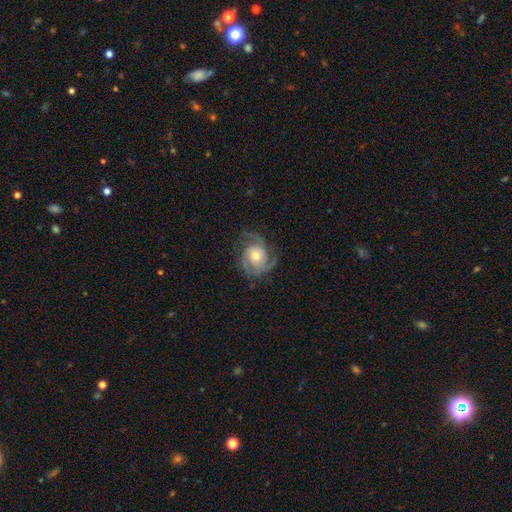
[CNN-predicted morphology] The model was most divided on "spiral winding": tight: 49%, medium: 42%, loose: 9%. More confident: edge-on disk — no (98%); spiral arms — yes (97%); smooth or featured — featured or disk (87%); bar — no (73%); merging — none (72%); bulge size — moderate (64%); spiral arm count — 3 (50%).